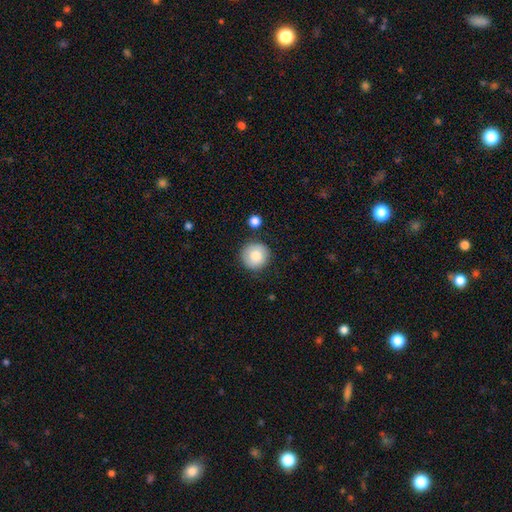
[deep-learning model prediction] The model was most divided on "smooth or featured": smooth: 83%, featured or disk: 10%, star or artifact: 8%. More confident: how rounded — round (94%); merging — none (84%).